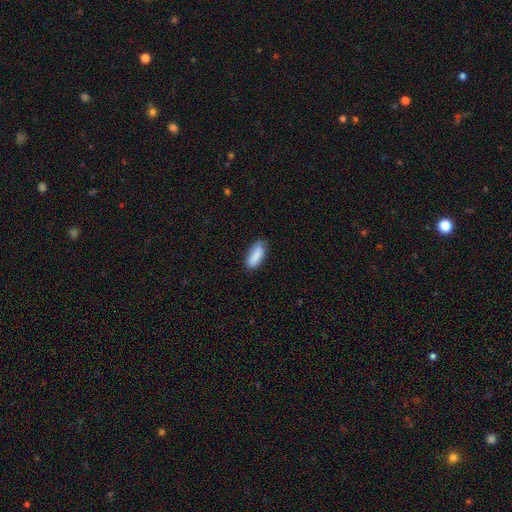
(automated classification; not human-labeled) This is clearly a smooth galaxy (87%). How rounded: likely in between (73%). Merging: likely none (72%).